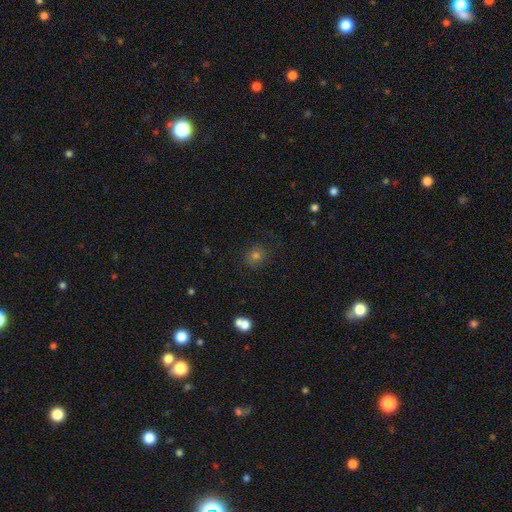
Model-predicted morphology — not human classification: A smooth galaxy with no disk features (70%) that is round (80%).

Vote fractions:
- Smooth or featured? smooth: 70% / star or artifact: 21% / featured or disk: 10%
- How rounded? round: 80% / in between: 19% / cigar-shaped: 1%
- Merging? none: 83% / minor disturbance: 11% / major disturbance: 4% / merger: 2%